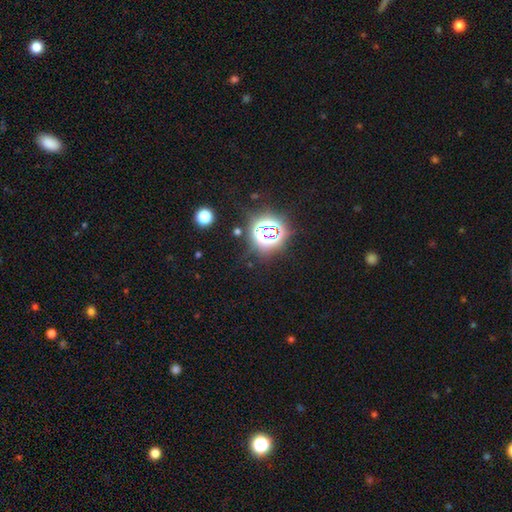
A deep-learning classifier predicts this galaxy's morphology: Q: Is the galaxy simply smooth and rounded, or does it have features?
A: star or artifact — 82%.